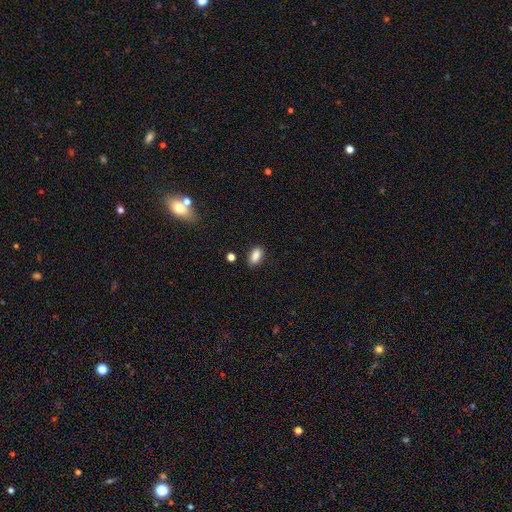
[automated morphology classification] smooth 86%, star or artifact 9%, featured or disk 5%. Down the decision tree: how rounded — in between (89%); merging — none (84%).